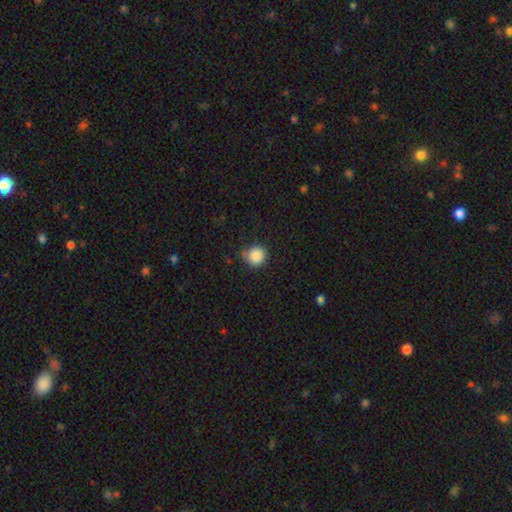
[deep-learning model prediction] Smooth or featured? smooth (87%)
How rounded? round (93%)
Merging? none (75%)